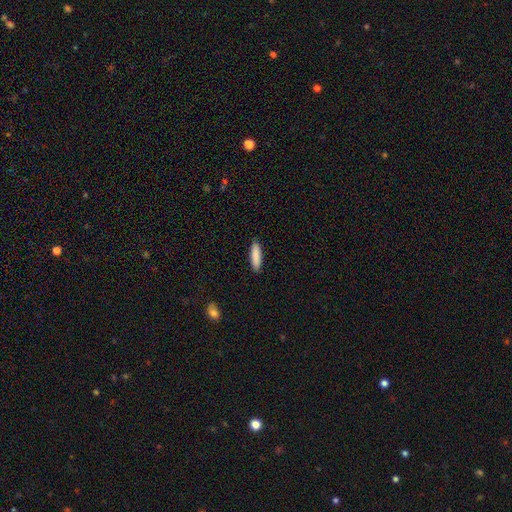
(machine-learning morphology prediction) A smooth galaxy with no disk features (88%) that is cigar-shaped (72%). Merging: none (90%).